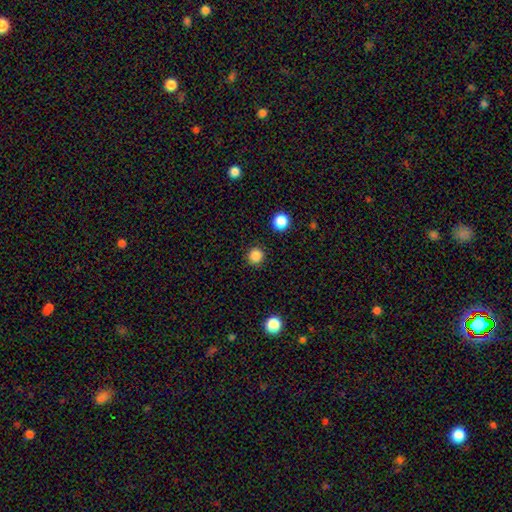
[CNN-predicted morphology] Smooth or featured? smooth (85%)
How rounded? round (95%)
Merging? none (91%)